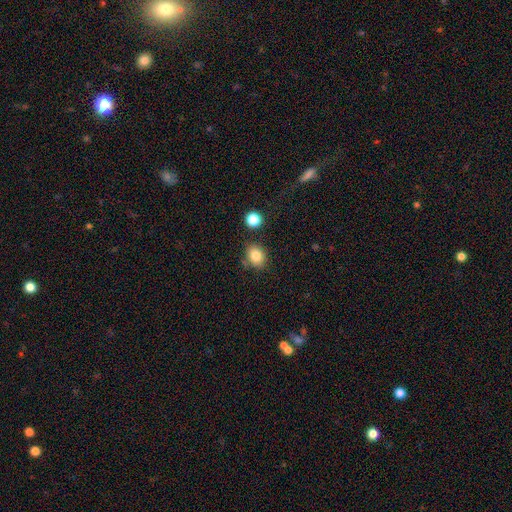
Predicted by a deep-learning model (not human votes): smooth 84%, star or artifact 10%, featured or disk 7%. Down the decision tree: how rounded — in between (50%); merging — none (78%).